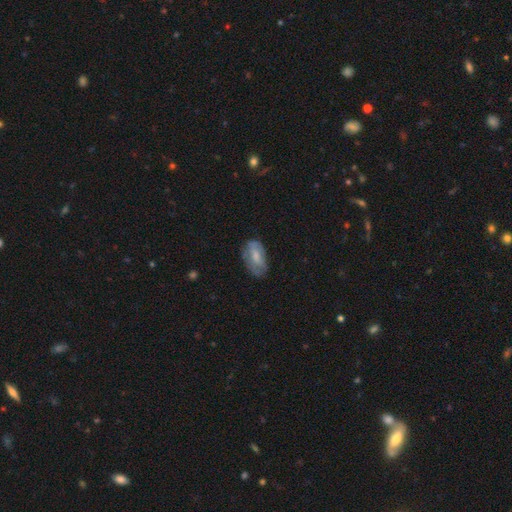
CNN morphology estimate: A smooth galaxy with no disk features (55%) that is in between round and cigar-shaped (91%).

Vote fractions:
- Smooth or featured? smooth: 55% / featured or disk: 38% / star or artifact: 7%
- How rounded? in between: 91% / round: 5% / cigar-shaped: 3%
- Merging? none: 60% / minor disturbance: 28% / major disturbance: 10% / merger: 2%